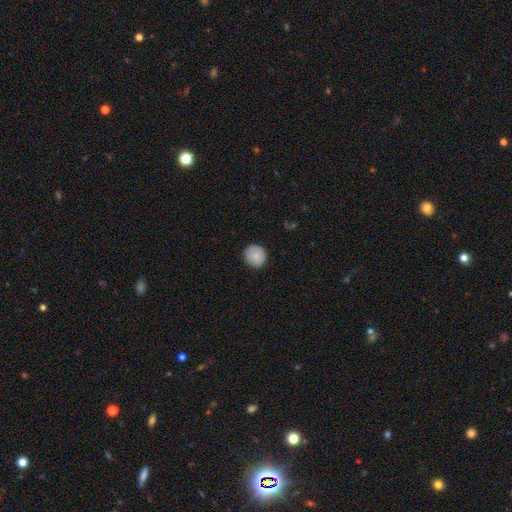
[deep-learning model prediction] smooth 85%, featured or disk 8%, star or artifact 7%. Down the decision tree: how rounded — round (90%); merging — none (88%).